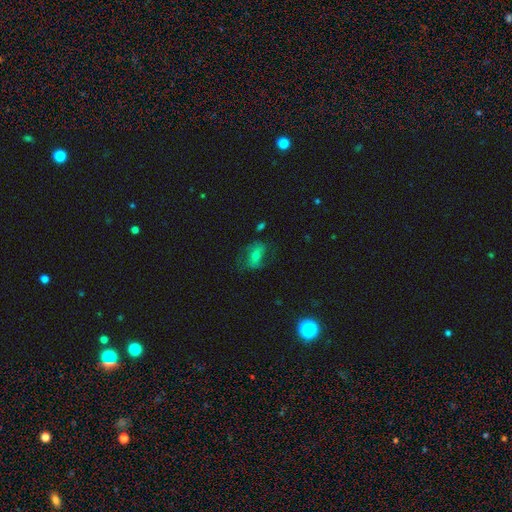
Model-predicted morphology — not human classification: Smooth or featured?
  - smooth: 47% *
  - featured or disk: 40%
  - star or artifact: 13%
Merging?
  - none: 61% *
  - minor disturbance: 22%
  - major disturbance: 15%
  - merger: 2%